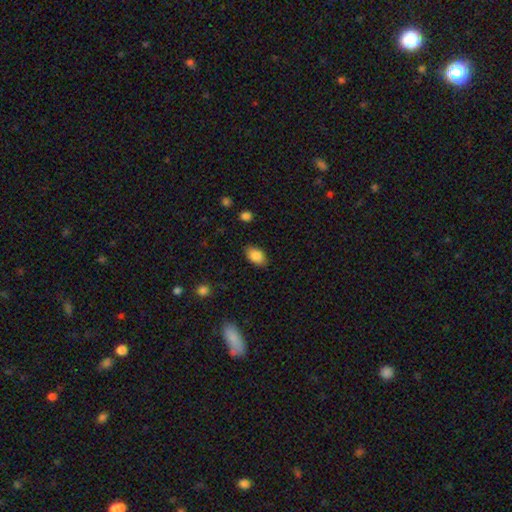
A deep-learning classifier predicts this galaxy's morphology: type=smooth (87%); roundness=in between (89%); merging=none (85%).